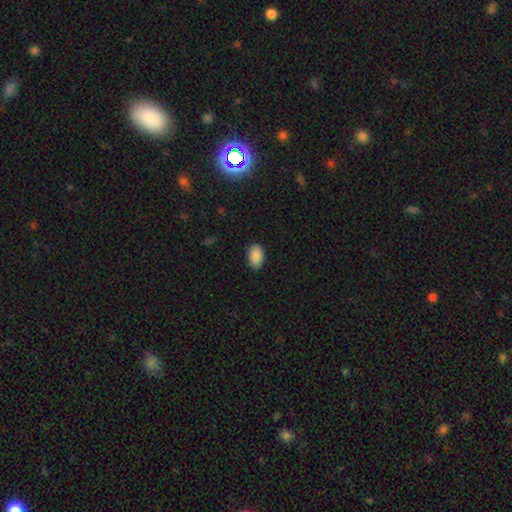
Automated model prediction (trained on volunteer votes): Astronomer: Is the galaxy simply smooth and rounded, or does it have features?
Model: smooth — 90%.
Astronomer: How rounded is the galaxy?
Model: in between — 92%.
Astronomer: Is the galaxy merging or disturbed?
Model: none — 87%.